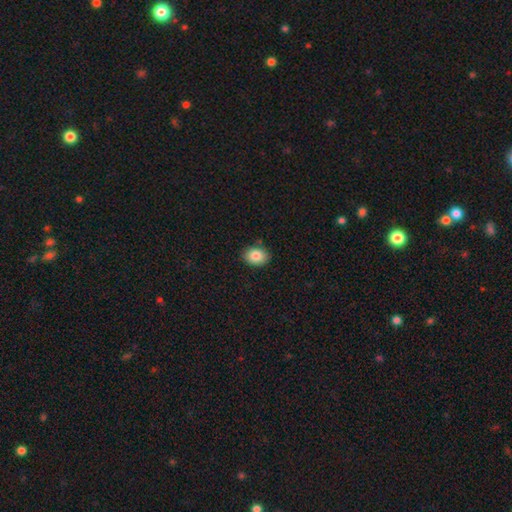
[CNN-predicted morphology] This appears to be a smooth galaxy with no disk features (84%) that is in between round and cigar-shaped (69%). Merging: none (86%).